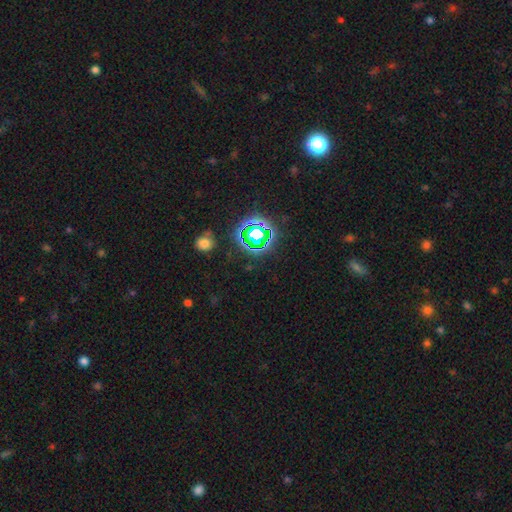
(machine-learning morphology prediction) This is likely a star or artifact rather than a galaxy (75%).